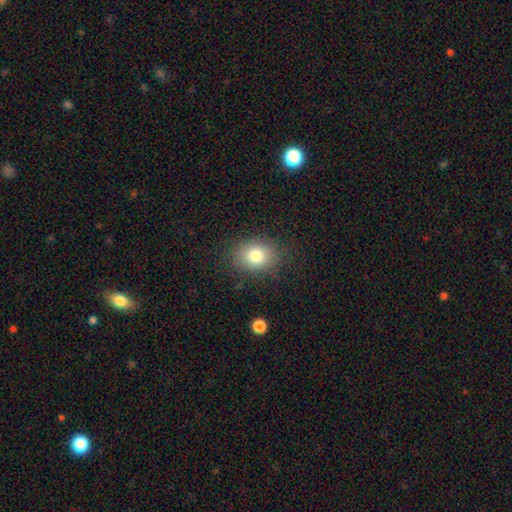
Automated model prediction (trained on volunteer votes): smooth-or-featured: smooth: 80% | star or artifact: 11% | featured or disk: 9%
  how-rounded: in between: 55% | round: 44% | cigar-shaped: 1%
  merging: none: 83% | minor disturbance: 11% | major disturbance: 4% | merger: 1%